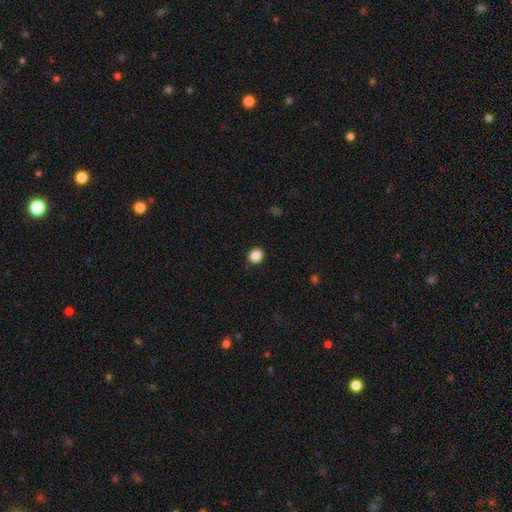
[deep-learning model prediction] A smooth galaxy with no disk features (87%) that is round (75%).

Vote fractions:
- Smooth or featured? smooth: 87% / star or artifact: 10% / featured or disk: 3%
- How rounded? round: 75% / in between: 24% / cigar-shaped: 1%
- Merging? none: 92% / minor disturbance: 6% / major disturbance: 2% / merger: 1%